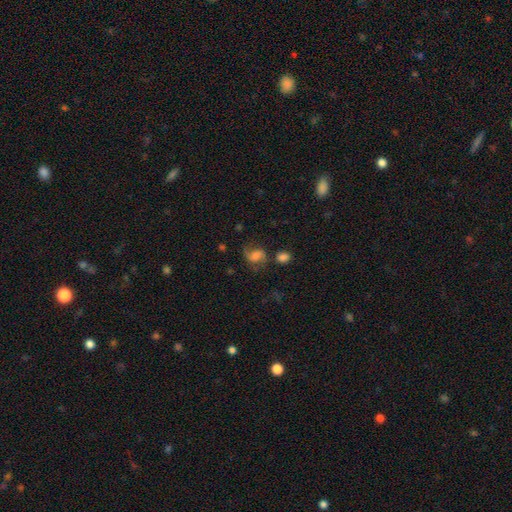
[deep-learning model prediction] The model was most divided on "smooth or featured": featured or disk: 50%, smooth: 38%, star or artifact: 12%. More confident: edge-on disk — no (97%); merging — none (57%).